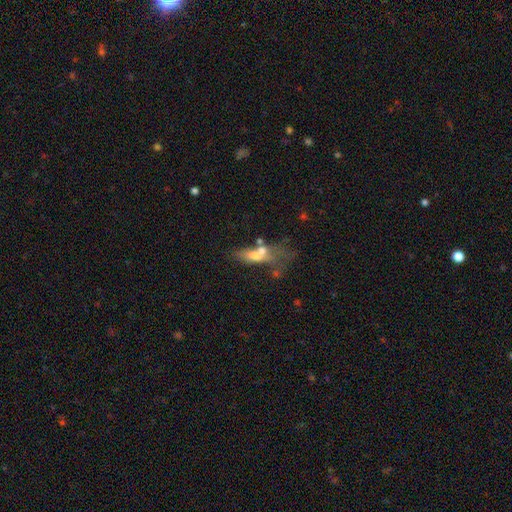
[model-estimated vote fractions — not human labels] smooth-or-featured: smooth: 52% | featured or disk: 37% | star or artifact: 10%
  how-rounded: in between: 62% | cigar-shaped: 30% | round: 8%
  merging: merger: 44% | none: 22% | major disturbance: 21% | minor disturbance: 14%